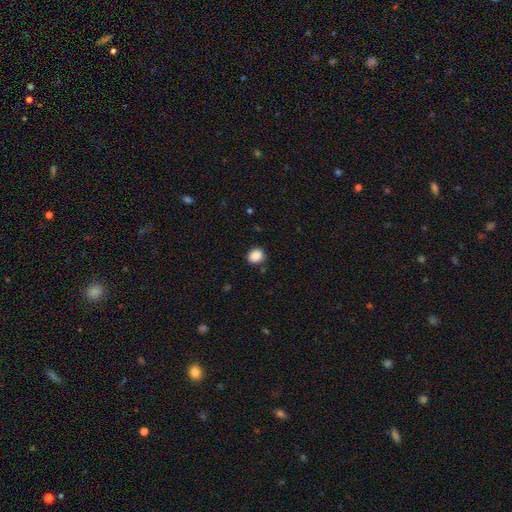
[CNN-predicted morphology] smooth-or-featured: smooth: 88% | star or artifact: 9% | featured or disk: 3%
  how-rounded: round: 69% | in between: 30% | cigar-shaped: 1%
  merging: none: 84% | minor disturbance: 11% | major disturbance: 3% | merger: 2%